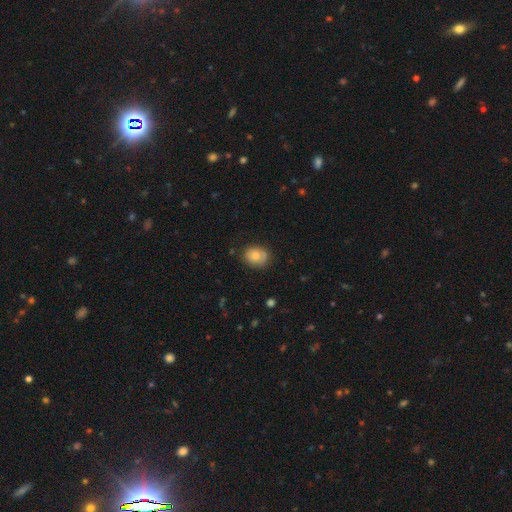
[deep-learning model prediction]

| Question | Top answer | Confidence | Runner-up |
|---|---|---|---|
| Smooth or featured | smooth | 76% | featured or disk (15%) |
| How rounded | round | 56% | in between (43%) |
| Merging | none | 69% | minor disturbance (22%) |